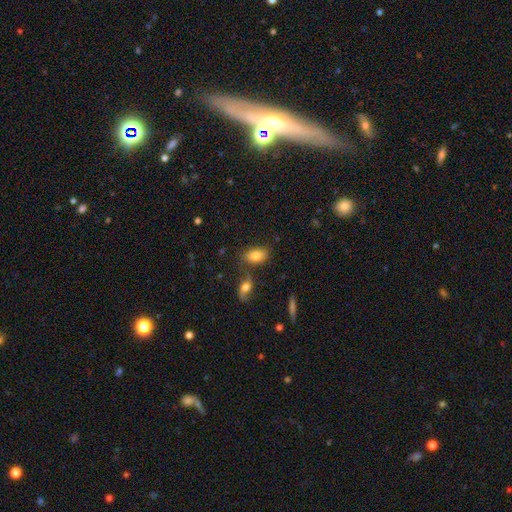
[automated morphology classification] smooth_or_featured: smooth (p=0.82) [alt: featured or disk p=0.10]
how_rounded: in between (p=0.89) [alt: round p=0.08]
merging: none (p=0.71) [alt: minor disturbance p=0.14]